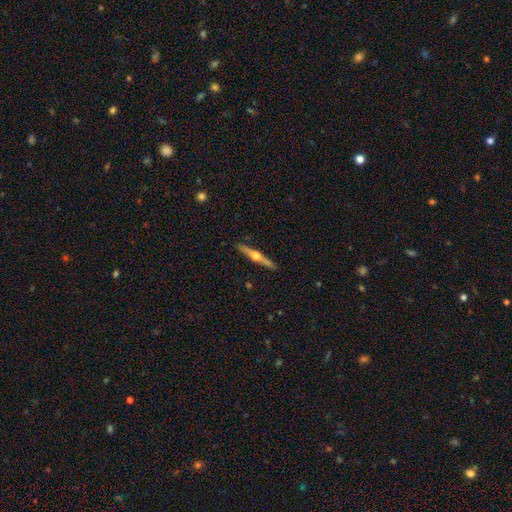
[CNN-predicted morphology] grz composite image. It shows a featured or disk galaxy (72%) viewed edge-on (98%) with a rounded central bulge (95%). Merging: none (91%).